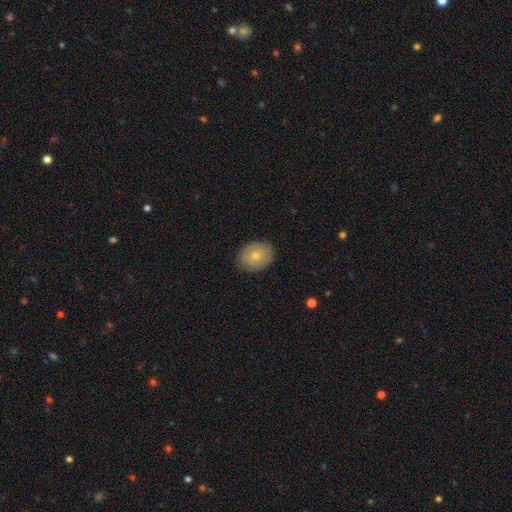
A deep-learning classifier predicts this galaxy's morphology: Q: Smooth or featured?
A: smooth (74%); runner-up: featured or disk (19%)
Q: How rounded?
A: in between (52%); runner-up: round (47%)
Q: Merging?
A: none (84%); runner-up: minor disturbance (13%)